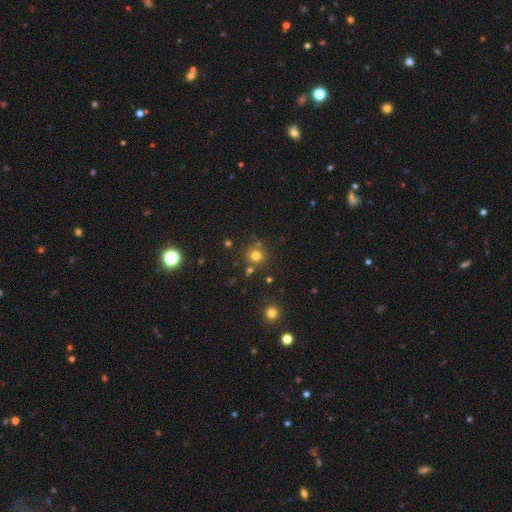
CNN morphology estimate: Smooth or featured: smooth — 76% (star or artifact — 17%)
How rounded: round — 92% (in between — 7%)
Merging: none — 78% (merger — 10%)